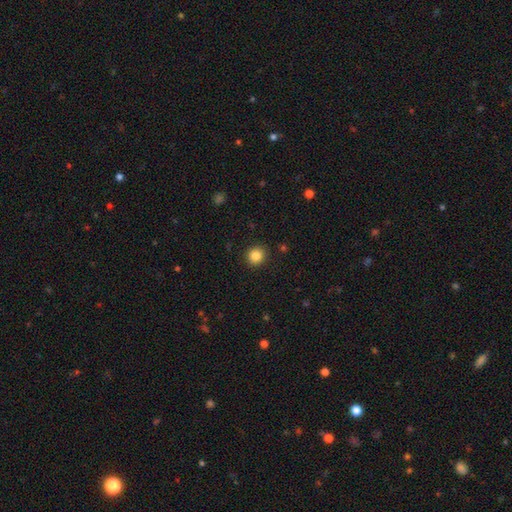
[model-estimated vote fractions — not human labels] Smooth or featured? smooth (85%)
How rounded? round (87%)
Merging? none (91%)